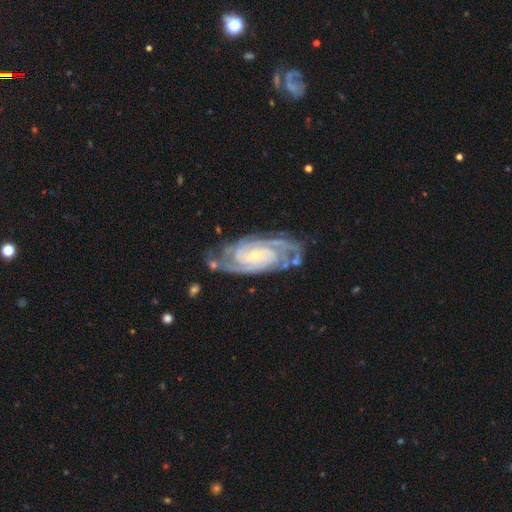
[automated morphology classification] Smooth or featured? Predicted: featured or disk (p=0.92). Edge-on disk? Predicted: no (p=0.96). Bar? Predicted: no (p=0.56). Spiral arms? Predicted: yes (p=0.99). Spiral winding? Predicted: tight (p=0.75). Spiral arm count? Predicted: 2 (p=0.39). Bulge size? Predicted: small (p=0.72). Merging? Predicted: none (p=0.73).